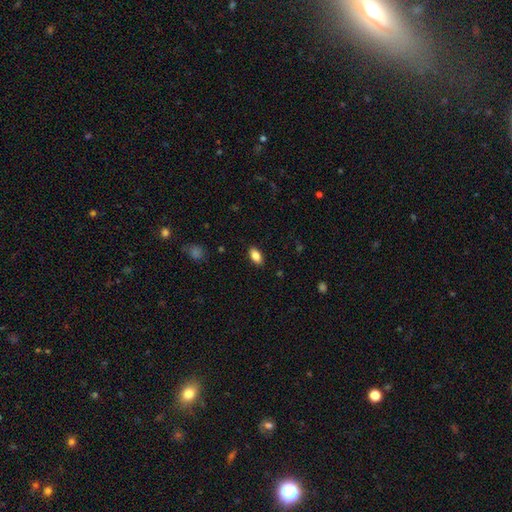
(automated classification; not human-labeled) Morphology: type=smooth (84%); roundness=in between (91%); merging=none (88%).